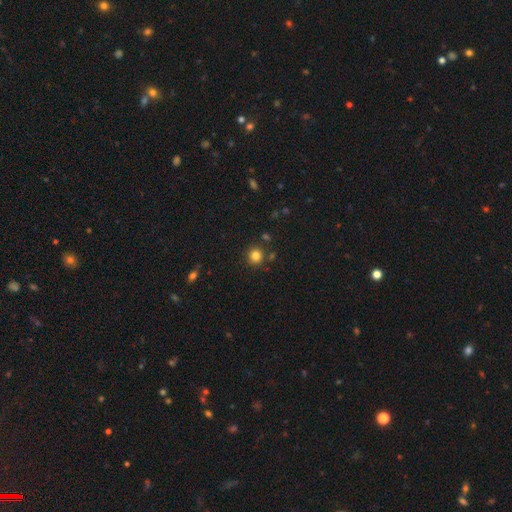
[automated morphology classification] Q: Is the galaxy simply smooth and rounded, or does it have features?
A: smooth — 82%.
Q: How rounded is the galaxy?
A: round — 92%.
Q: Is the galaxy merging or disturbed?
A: none — 85%.